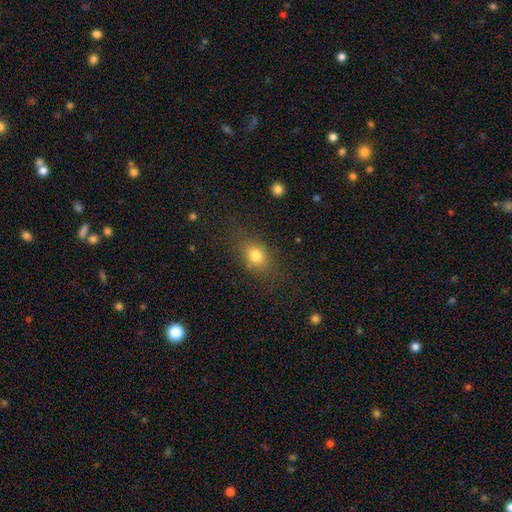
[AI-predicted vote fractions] smooth-or-featured: smooth: 77% | star or artifact: 11% | featured or disk: 11%
  how-rounded: in between: 67% | round: 30% | cigar-shaped: 4%
  merging: none: 76% | minor disturbance: 15% | major disturbance: 7% | merger: 2%